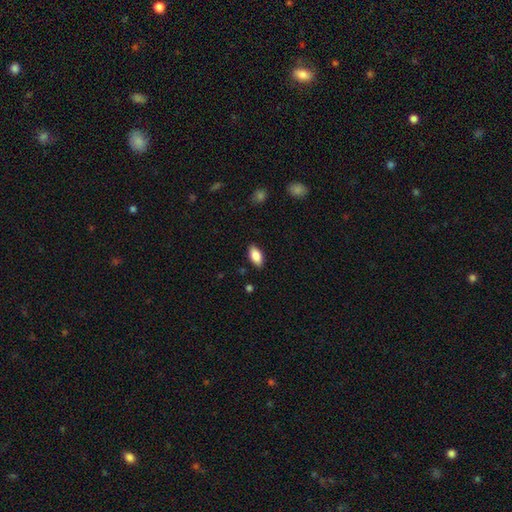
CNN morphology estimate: Smooth or featured? Predicted: smooth (p=0.84). How rounded? Predicted: in between (p=0.92). Merging? Predicted: none (p=0.88).